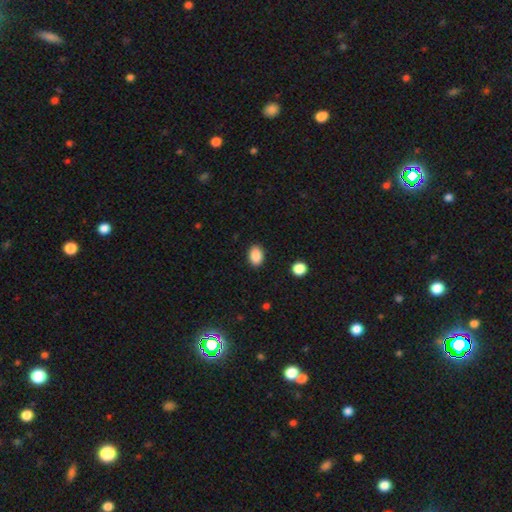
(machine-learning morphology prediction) This is clearly a smooth galaxy (88%). How rounded: likely in between (78%). Merging: clearly none (89%).